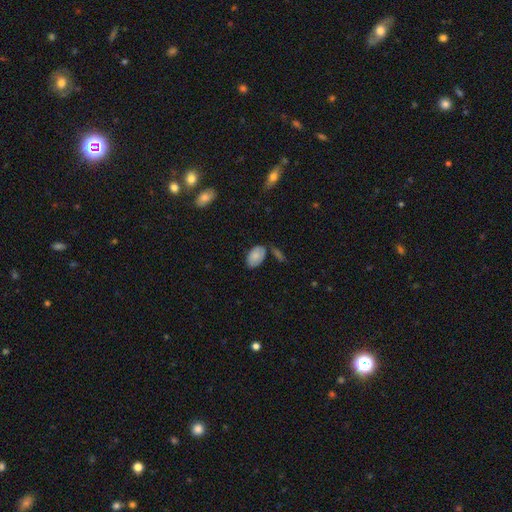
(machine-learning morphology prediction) type=smooth (80%); roundness=in between (93%); merging=none (64%).